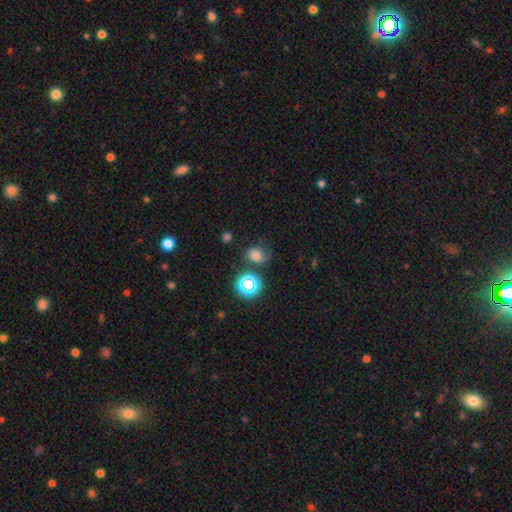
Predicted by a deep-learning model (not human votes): Morphology: type=smooth (61%); roundness=round (58%); merging=none (57%).